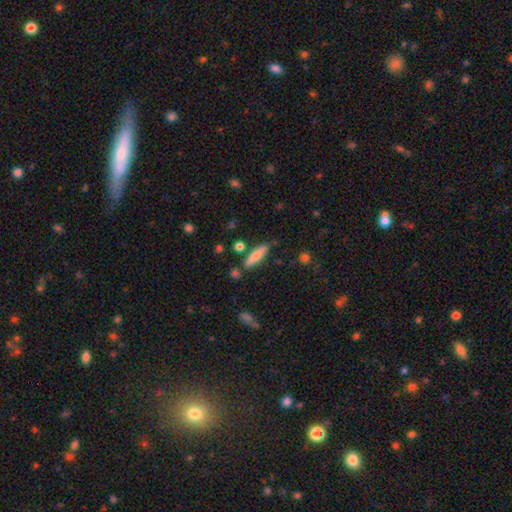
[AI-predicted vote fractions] This appears to be a smooth galaxy with no disk features (72%) that is cigar-shaped (72%). Merging: none (81%).